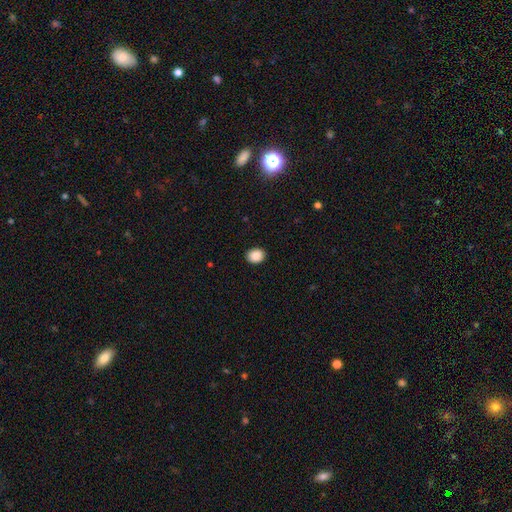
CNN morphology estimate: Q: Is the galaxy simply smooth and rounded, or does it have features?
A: smooth — 89%.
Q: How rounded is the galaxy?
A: round — 54%.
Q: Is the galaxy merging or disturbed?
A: none — 90%.